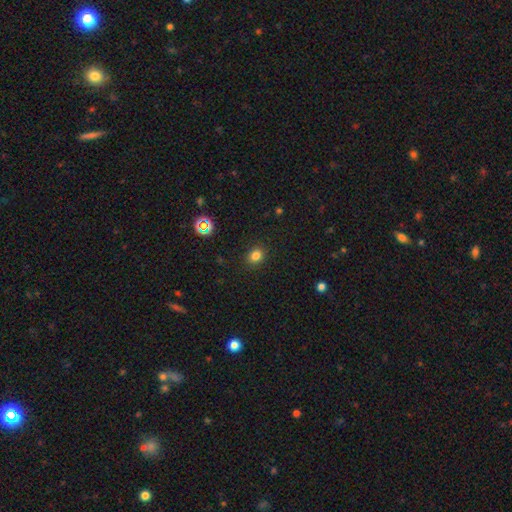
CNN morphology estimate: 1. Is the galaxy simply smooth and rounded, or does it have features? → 80% smooth, 15% star or artifact, 5% featured or disk.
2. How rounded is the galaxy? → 62% round, 37% in between, 1% cigar-shaped.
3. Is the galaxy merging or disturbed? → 89% none, 7% minor disturbance, 2% major disturbance, 1% merger.